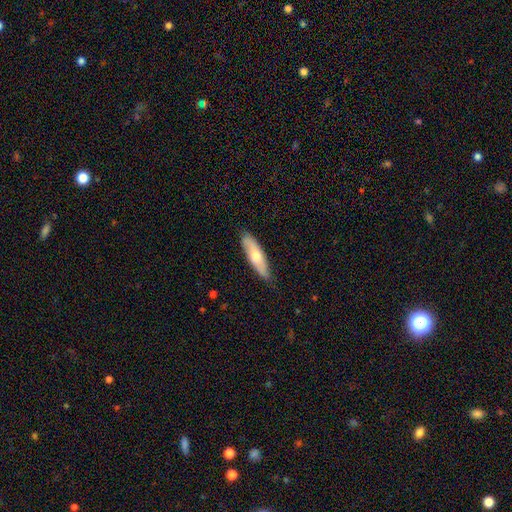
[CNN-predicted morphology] The model was most divided on "smooth or featured": smooth: 61%, featured or disk: 34%, star or artifact: 5%. More confident: merging — none (83%); how rounded — cigar-shaped (63%).